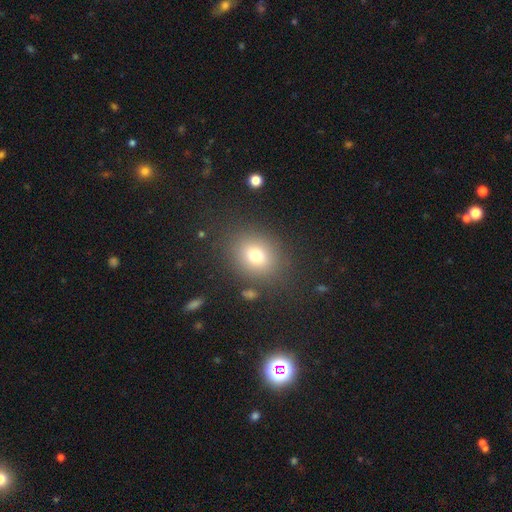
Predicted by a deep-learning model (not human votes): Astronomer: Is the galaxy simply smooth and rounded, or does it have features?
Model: smooth — 75%.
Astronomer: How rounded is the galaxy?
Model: round — 58% (runner-up: in between, 41%).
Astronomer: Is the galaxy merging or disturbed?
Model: none — 83%.